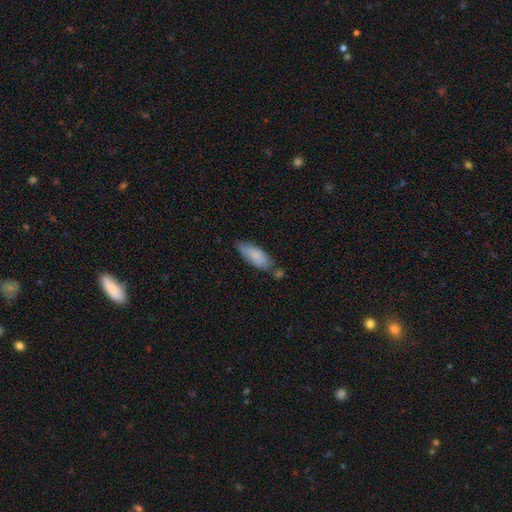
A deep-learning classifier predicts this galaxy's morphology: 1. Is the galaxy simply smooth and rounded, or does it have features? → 82% smooth, 12% featured or disk, 6% star or artifact.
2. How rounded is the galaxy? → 70% in between, 28% cigar-shaped, 2% round.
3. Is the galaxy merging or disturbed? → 60% none, 25% minor disturbance, 11% merger, 5% major disturbance.